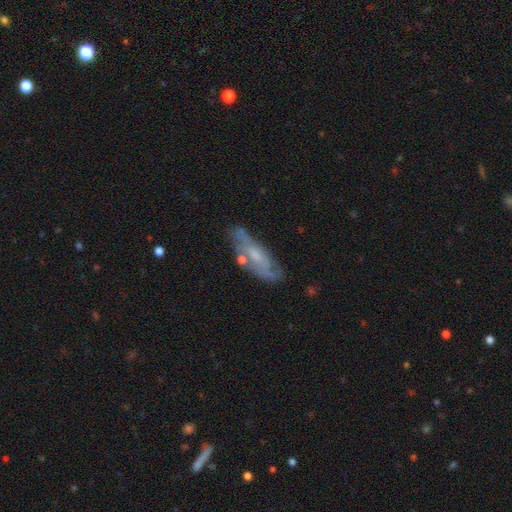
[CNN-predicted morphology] Smooth or featured: featured or disk — 58% (smooth — 35%)
Edge-on disk: no — 72% (yes — 28%)
Merging: none — 61% (minor disturbance — 23%)